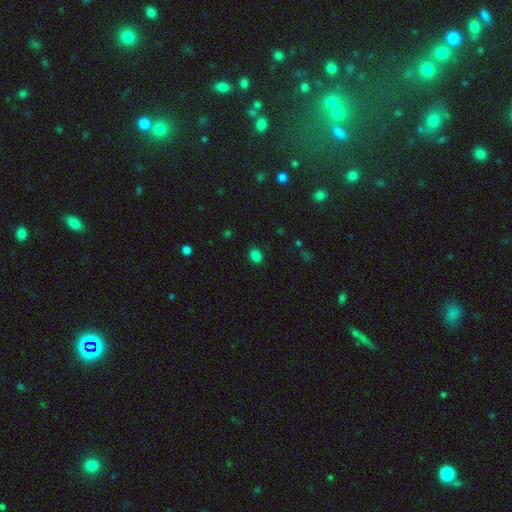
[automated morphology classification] Smooth or featured?
  - smooth: 82% *
  - star or artifact: 14%
  - featured or disk: 3%
How rounded?
  - in between: 68% *
  - round: 31%
  - cigar-shaped: 1%
Merging?
  - none: 87% *
  - minor disturbance: 9%
  - major disturbance: 3%
  - merger: 1%